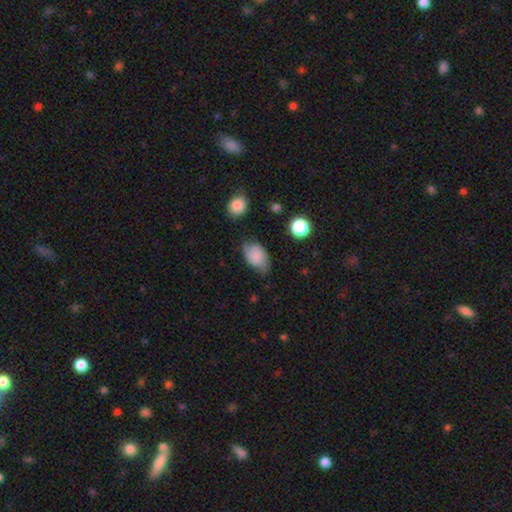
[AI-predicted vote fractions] smooth-or-featured: smooth: 77% | featured or disk: 14% | star or artifact: 9%
  how-rounded: in between: 88% | round: 11% | cigar-shaped: 1%
  merging: none: 60% | minor disturbance: 31% | major disturbance: 7% | merger: 3%